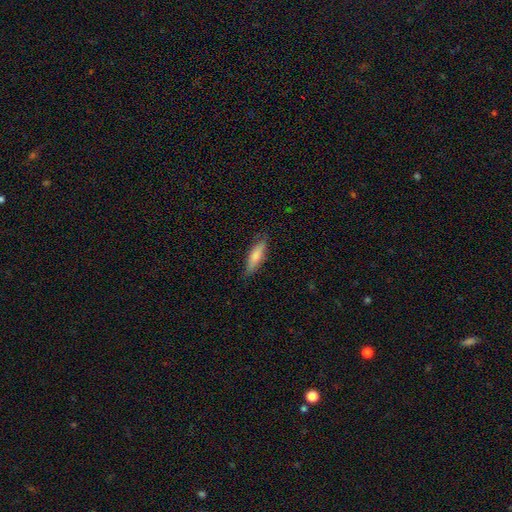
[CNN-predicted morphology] A smooth galaxy with no disk features (74%) that is cigar-shaped (62%).

Vote fractions:
- Smooth or featured? smooth: 74% / featured or disk: 20% / star or artifact: 6%
- How rounded? cigar-shaped: 62% / in between: 37% / round: 2%
- Merging? none: 81% / minor disturbance: 15% / major disturbance: 3% / merger: 1%